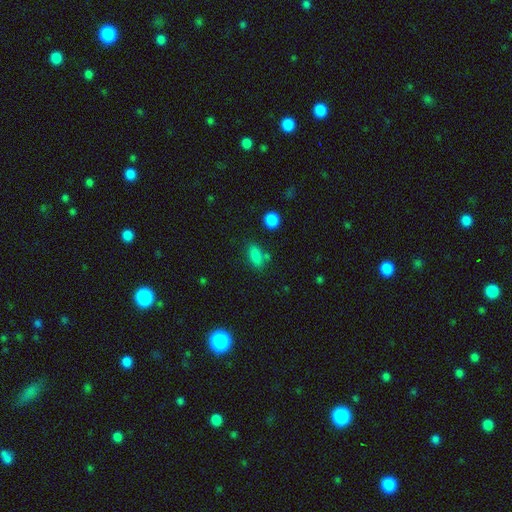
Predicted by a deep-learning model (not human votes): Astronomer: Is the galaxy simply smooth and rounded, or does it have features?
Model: smooth — 83%.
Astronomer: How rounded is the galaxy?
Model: in between — 78%.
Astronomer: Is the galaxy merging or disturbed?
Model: none — 69%.